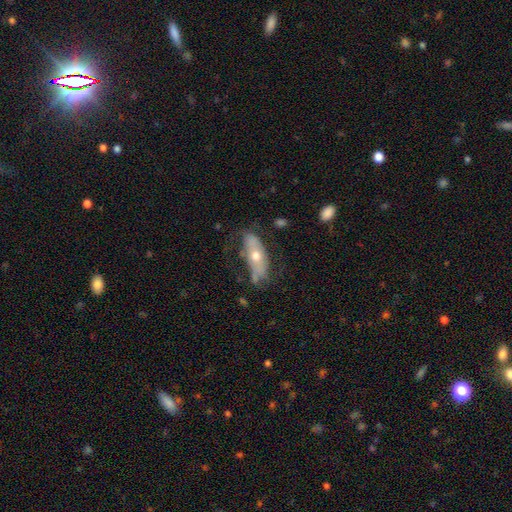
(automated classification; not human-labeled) Smooth or featured? featured or disk (52%)
Edge-on disk? no (71%)
Merging? none (54%)